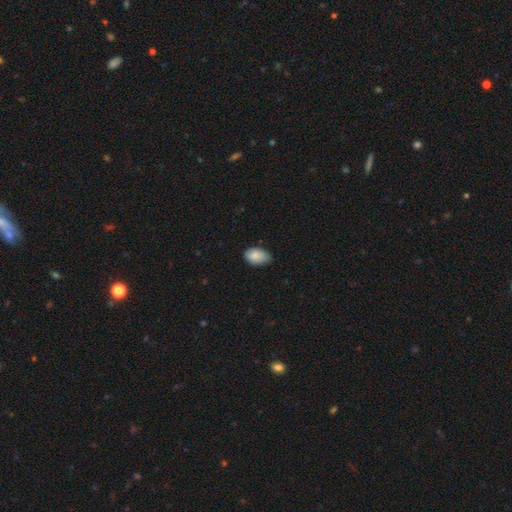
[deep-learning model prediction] Smooth or featured? smooth (86%)
How rounded? in between (90%)
Merging? none (65%)